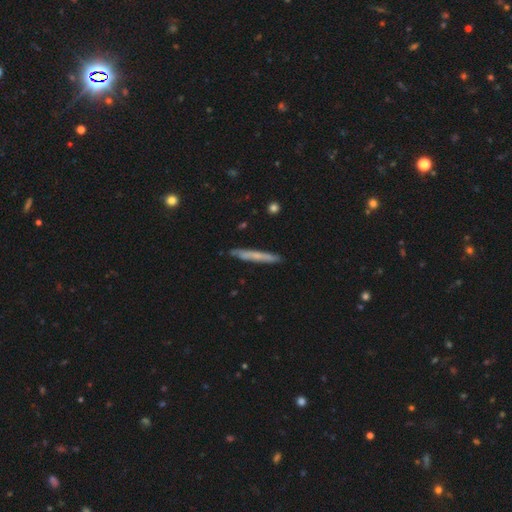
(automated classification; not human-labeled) Smooth or featured? Predicted: smooth (p=0.57). How rounded? Predicted: cigar-shaped (p=0.96). Merging? Predicted: none (p=0.88).